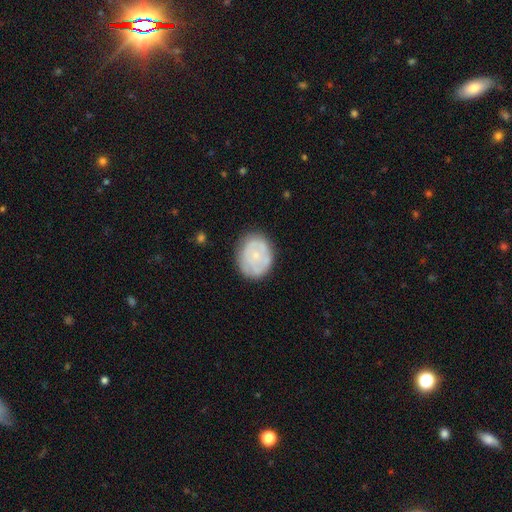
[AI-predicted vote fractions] Smooth or featured?
  - featured or disk: 49% *
  - smooth: 45%
  - star or artifact: 6%
Merging?
  - none: 76% *
  - minor disturbance: 18%
  - major disturbance: 5%
  - merger: 2%